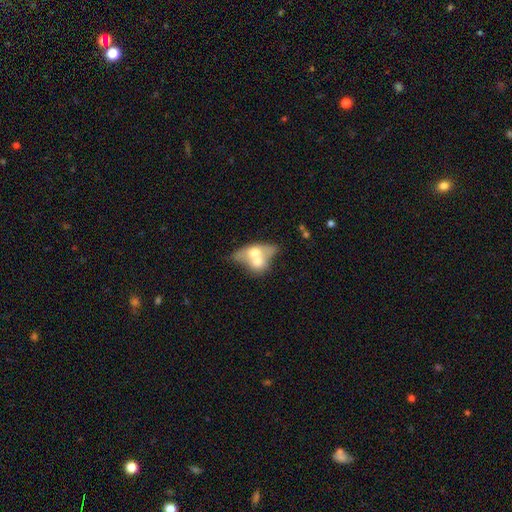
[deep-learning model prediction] Smooth or featured? Predicted: smooth (p=0.55). How rounded? Predicted: in between (p=0.68). Merging? Predicted: merger (p=0.74).